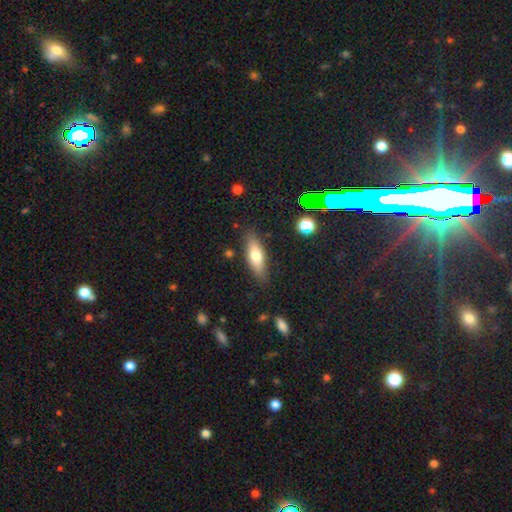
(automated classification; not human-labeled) Smooth or featured: smooth — 68% (featured or disk — 26%)
How rounded: in between — 52% (cigar-shaped — 46%)
Merging: none — 83% (minor disturbance — 12%)